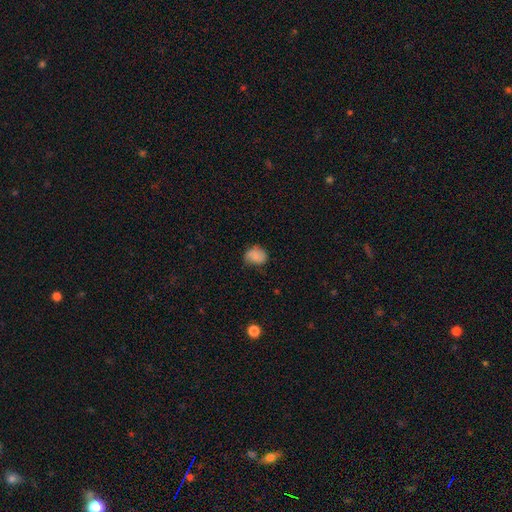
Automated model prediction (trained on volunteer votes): This appears to be a smooth galaxy with no disk features (73%) that is round (50%). Merging: none (60%).